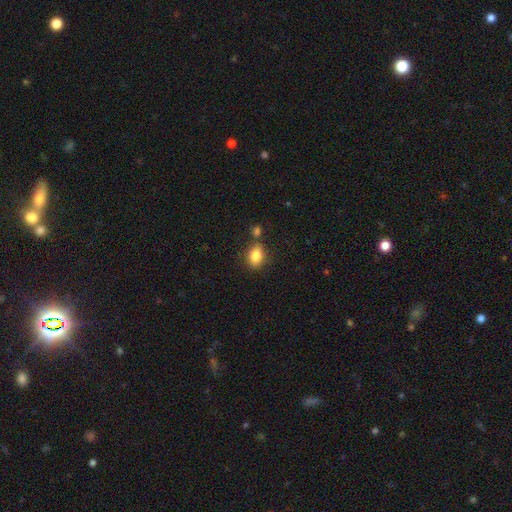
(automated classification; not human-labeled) A smooth galaxy with no disk features (84%) that is in between round and cigar-shaped (79%). Merging: none (73%).